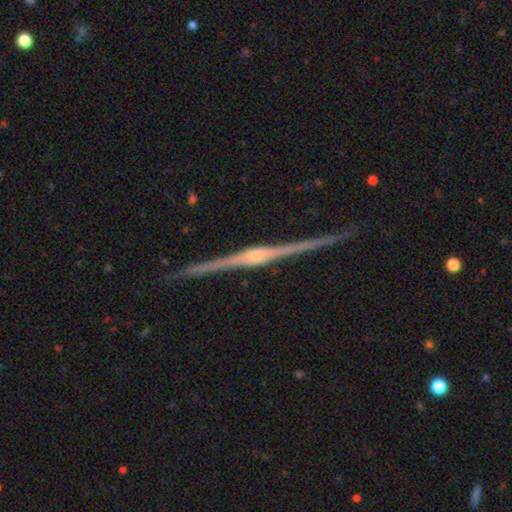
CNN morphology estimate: Q: Smooth or featured?
A: featured or disk (90%); runner-up: star or artifact (5%)
Q: Edge-on disk?
A: yes (99%); runner-up: no (1%)
Q: Edge-on bulge?
A: rounded (82%); runner-up: none (10%)
Q: Merging?
A: none (91%); runner-up: minor disturbance (6%)